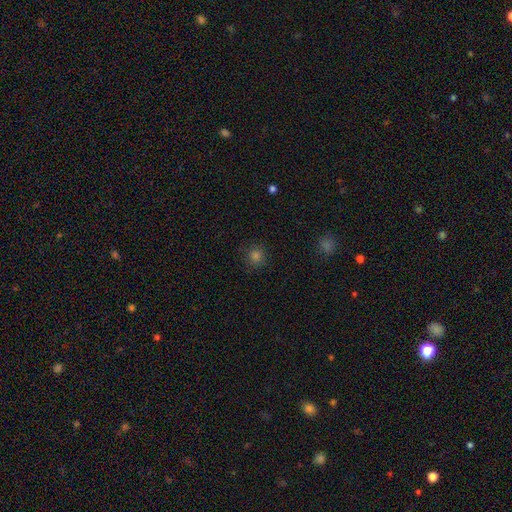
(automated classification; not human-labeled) Smooth or featured? Predicted: smooth (p=0.77). How rounded? Predicted: round (p=0.93). Merging? Predicted: none (p=0.89).